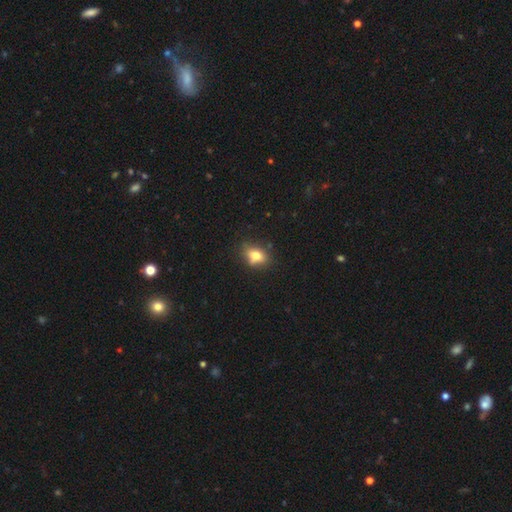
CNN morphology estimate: Q: Smooth or featured?
A: smooth (75%); runner-up: featured or disk (14%)
Q: How rounded?
A: in between (69%); runner-up: round (29%)
Q: Merging?
A: none (67%); runner-up: minor disturbance (20%)